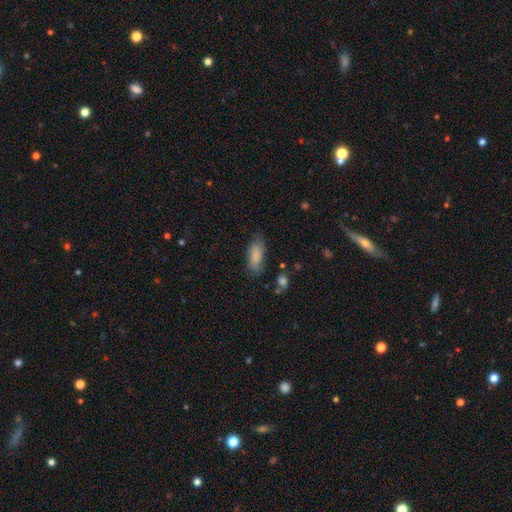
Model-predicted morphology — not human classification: This is clearly a smooth galaxy (84%). How rounded: likely in between (79%). Merging: likely none (72%).